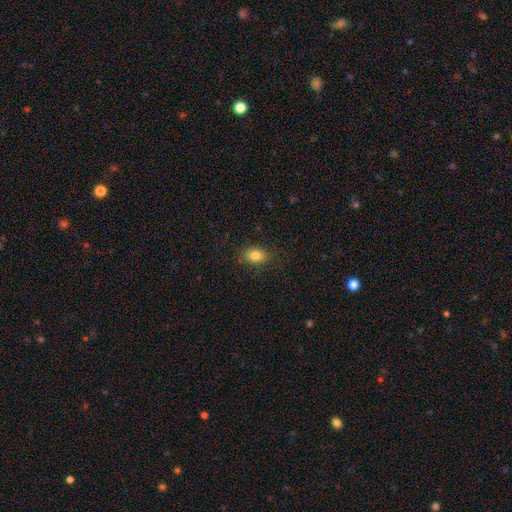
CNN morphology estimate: Smooth or featured? Predicted: smooth (p=0.83). How rounded? Predicted: in between (p=0.81). Merging? Predicted: none (p=0.84).